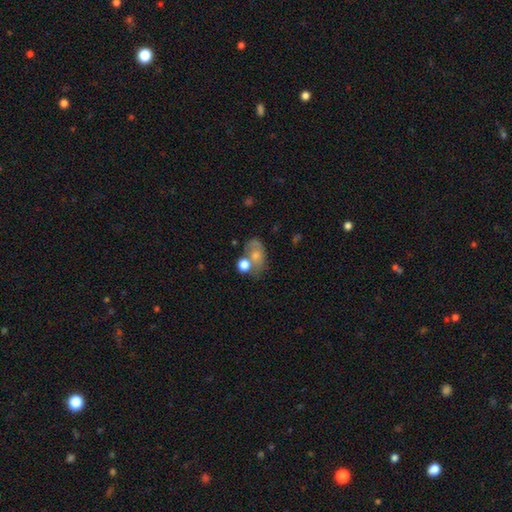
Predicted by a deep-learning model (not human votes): Smooth or featured? Predicted: smooth (p=0.60). How rounded? Predicted: in between (p=0.69). Merging? Predicted: none (p=0.33).